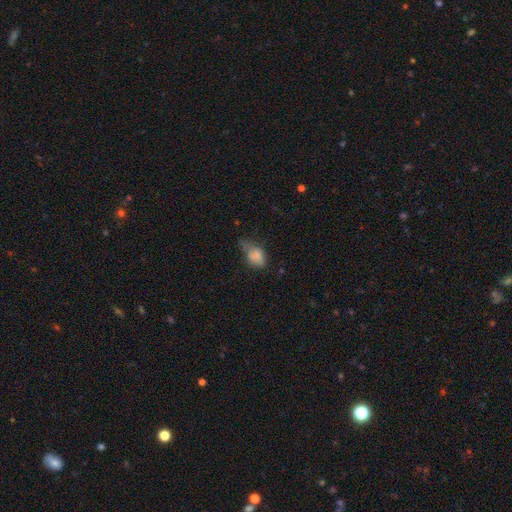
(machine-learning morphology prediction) This is likely a smooth galaxy (76%). How rounded: clearly in between (82%). Merging: marginally minor disturbance (41%).